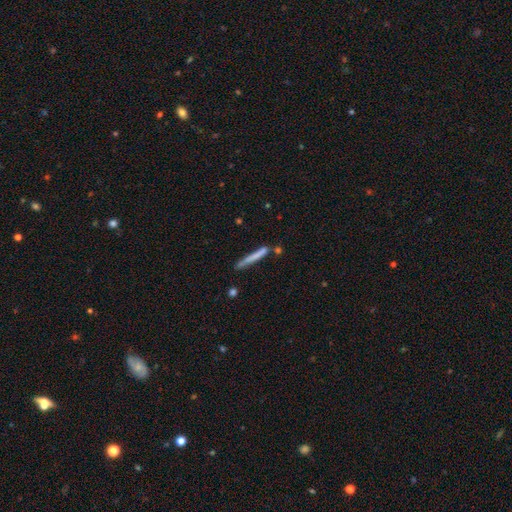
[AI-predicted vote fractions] A smooth galaxy with no disk features (66%) that is cigar-shaped (96%). Merging: none (69%).